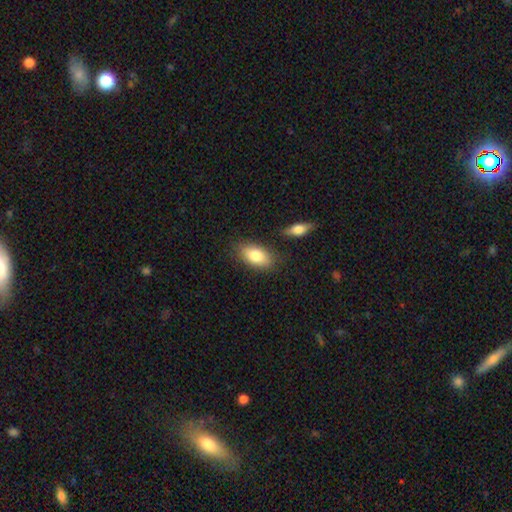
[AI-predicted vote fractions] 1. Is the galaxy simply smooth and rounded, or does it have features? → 81% smooth, 12% featured or disk, 7% star or artifact.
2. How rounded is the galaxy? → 90% in between, 5% cigar-shaped, 4% round.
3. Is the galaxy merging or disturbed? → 80% none, 12% minor disturbance, 5% merger, 3% major disturbance.